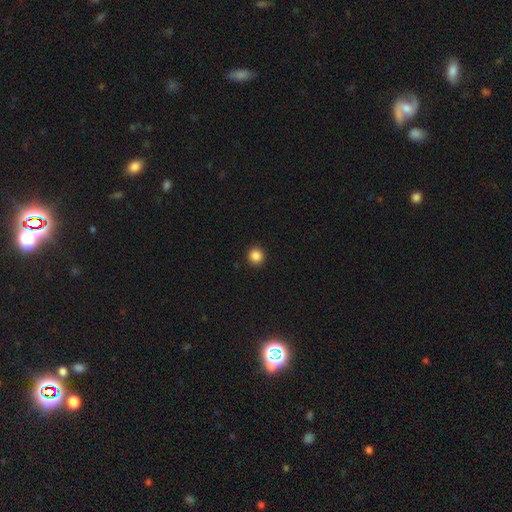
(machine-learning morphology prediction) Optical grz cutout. It shows a smooth galaxy with no disk features (86%) that is round (94%). Merging: none (93%).